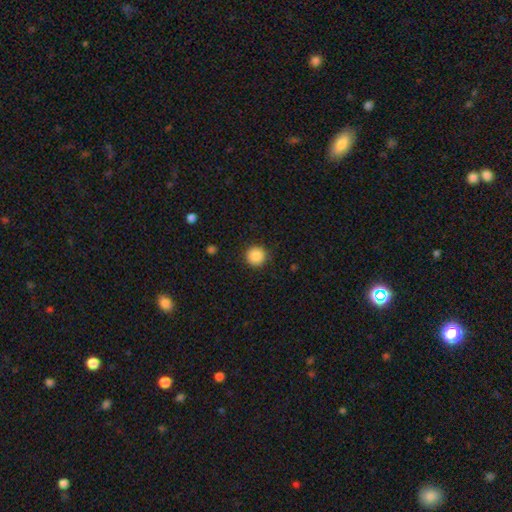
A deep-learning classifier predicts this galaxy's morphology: A smooth galaxy with no disk features (88%) that is round (95%).

Vote fractions:
- Smooth or featured? smooth: 88% / star or artifact: 9% / featured or disk: 3%
- How rounded? round: 95% / in between: 4% / cigar-shaped: 1%
- Merging? none: 90% / minor disturbance: 6% / major disturbance: 2% / merger: 1%